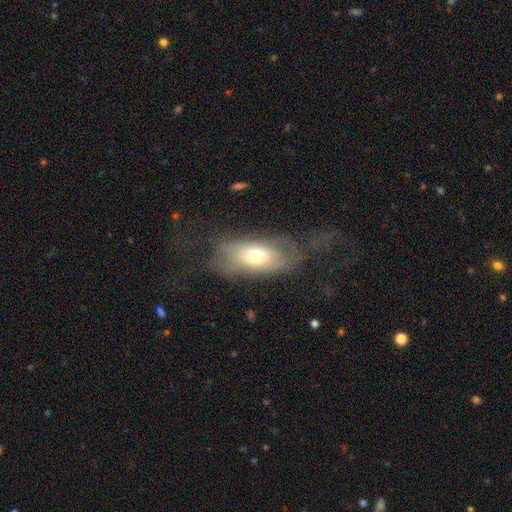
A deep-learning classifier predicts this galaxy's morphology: smooth_or_featured: smooth (p=0.59) [alt: featured or disk p=0.32]
how_rounded: in between (p=0.87) [alt: cigar-shaped p=0.07]
merging: none (p=0.40) [alt: major disturbance p=0.33]